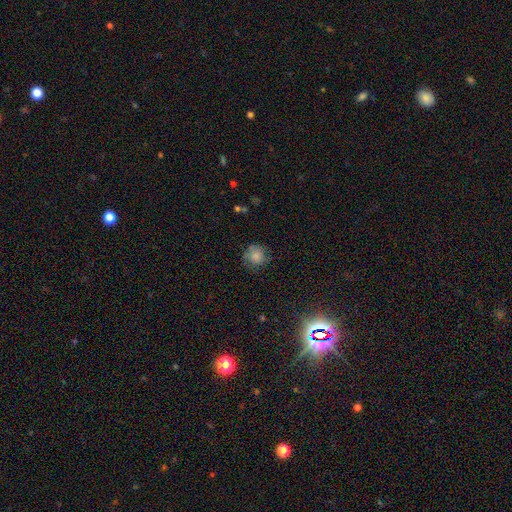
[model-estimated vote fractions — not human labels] smooth_or_featured: smooth (p=0.75) [alt: featured or disk p=0.15]
how_rounded: round (p=0.87) [alt: in between p=0.12]
merging: none (p=0.67) [alt: minor disturbance p=0.22]